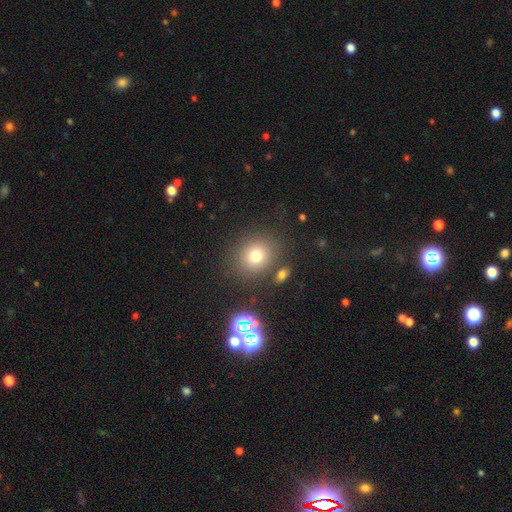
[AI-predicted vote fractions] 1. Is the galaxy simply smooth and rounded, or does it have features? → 75% smooth, 16% star or artifact, 10% featured or disk.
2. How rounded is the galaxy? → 78% round, 21% in between, 1% cigar-shaped.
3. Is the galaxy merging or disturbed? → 81% none, 9% minor disturbance, 6% merger, 4% major disturbance.